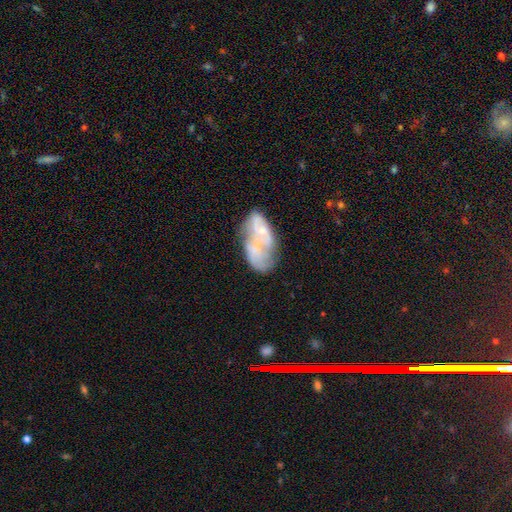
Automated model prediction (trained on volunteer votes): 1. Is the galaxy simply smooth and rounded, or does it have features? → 58% featured or disk, 33% smooth, 9% star or artifact.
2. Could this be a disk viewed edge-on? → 96% no, 4% yes.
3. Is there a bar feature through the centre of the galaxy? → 84% no, 12% weak, 3% strong.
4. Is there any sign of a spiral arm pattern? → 75% no, 25% yes.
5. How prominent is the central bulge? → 43% none, 38% small, 16% moderate, 2% large, 1% dominant.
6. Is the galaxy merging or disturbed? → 30% none, 26% merger, 23% major disturbance, 22% minor disturbance.